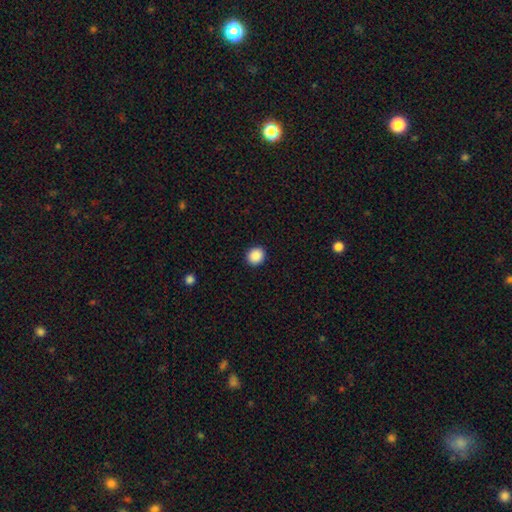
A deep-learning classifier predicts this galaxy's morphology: This appears to be a smooth galaxy with no disk features (89%) that is round (83%). Merging: none (92%).